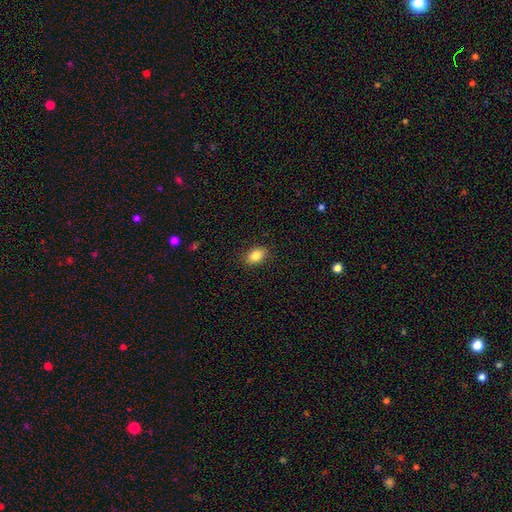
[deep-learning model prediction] A smooth galaxy with no disk features (85%) that is in between round and cigar-shaped (82%). Merging: none (89%).